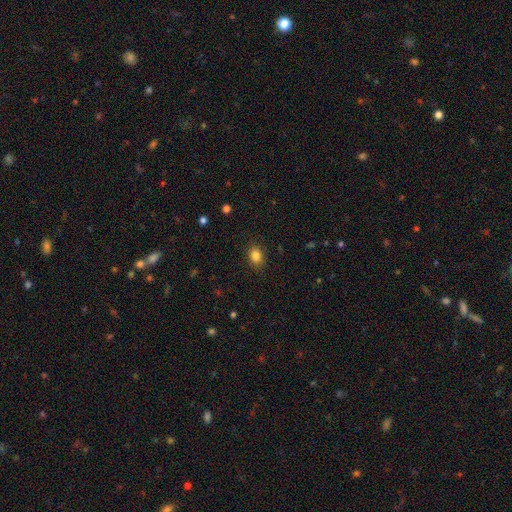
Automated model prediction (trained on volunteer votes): Smooth or featured: smooth — 84% (star or artifact — 11%)
How rounded: in between — 63% (round — 36%)
Merging: none — 86% (minor disturbance — 10%)